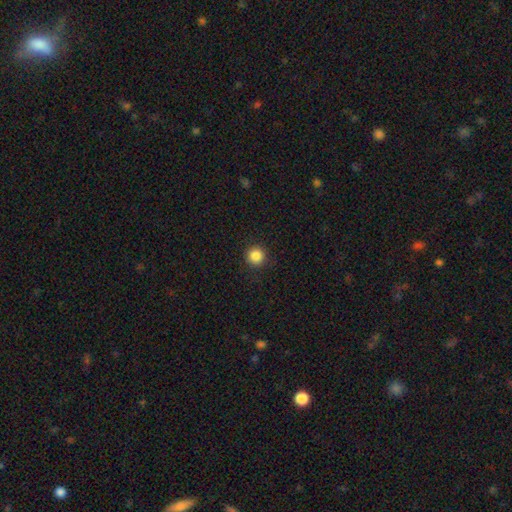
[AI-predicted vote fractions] This appears to be a smooth galaxy with no disk features (87%) that is round (95%). Merging: none (92%).